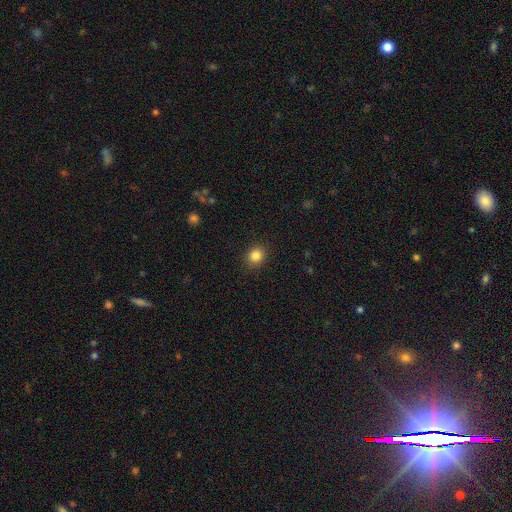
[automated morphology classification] Overall: smooth (85%). How rounded: round (76%). Merging: none (90%).